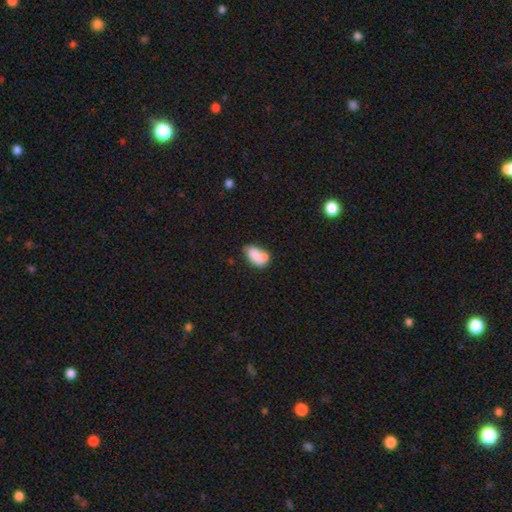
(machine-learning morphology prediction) This appears to be a smooth galaxy with no disk features (81%) that is in between round and cigar-shaped (91%). Merging: none (45%).